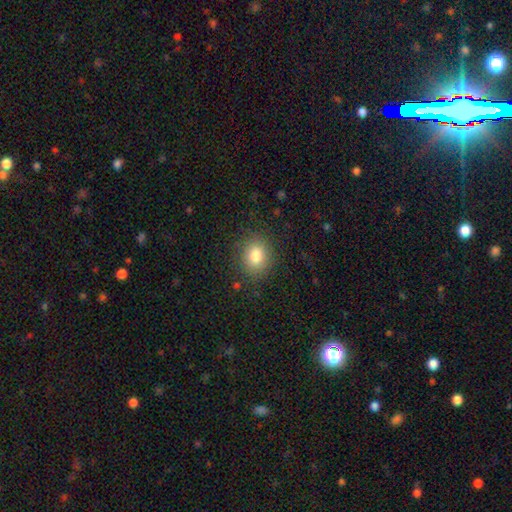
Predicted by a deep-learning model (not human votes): Q: Smooth or featured?
A: smooth (81%); runner-up: star or artifact (10%)
Q: How rounded?
A: round (56%); runner-up: in between (43%)
Q: Merging?
A: none (85%); runner-up: minor disturbance (10%)